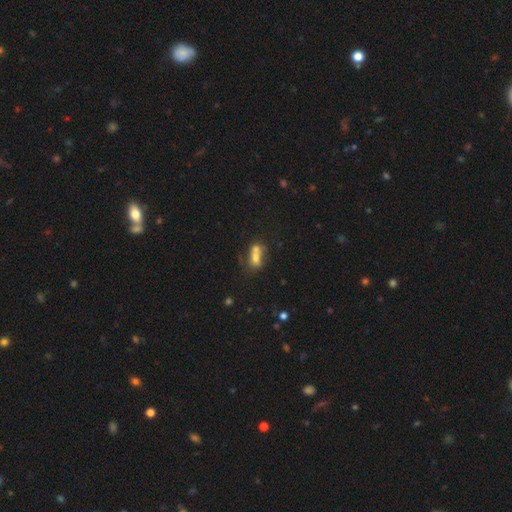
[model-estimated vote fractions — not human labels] Smooth or featured? Predicted: smooth (p=0.64). How rounded? Predicted: in between (p=0.72). Merging? Predicted: merger (p=0.56).